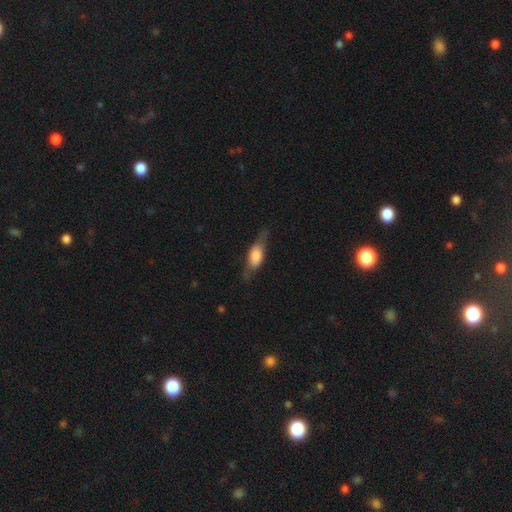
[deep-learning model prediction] Smooth or featured? Predicted: smooth (p=0.54). How rounded? Predicted: in between (p=0.61). Merging? Predicted: none (p=0.69).